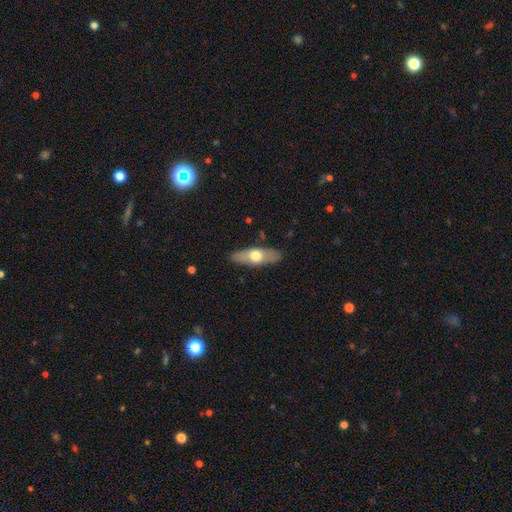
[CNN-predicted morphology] The model was most divided on "smooth or featured": smooth: 51%, featured or disk: 43%, star or artifact: 5%. More confident: merging — none (86%); how rounded — in between (59%).